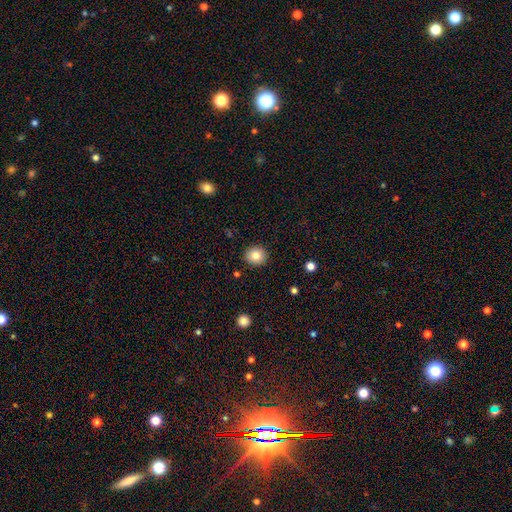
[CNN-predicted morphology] smooth 82%, star or artifact 10%, featured or disk 8%. Down the decision tree: how rounded — round (84%); merging — none (91%).